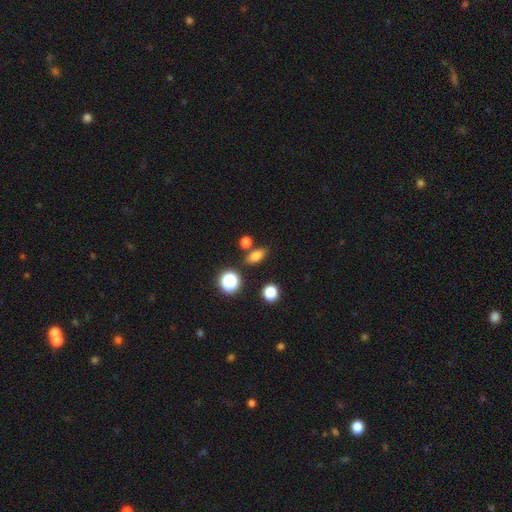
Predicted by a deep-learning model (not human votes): smooth 77%, star or artifact 15%, featured or disk 9%. Down the decision tree: how rounded — in between (72%); merging — none (76%).